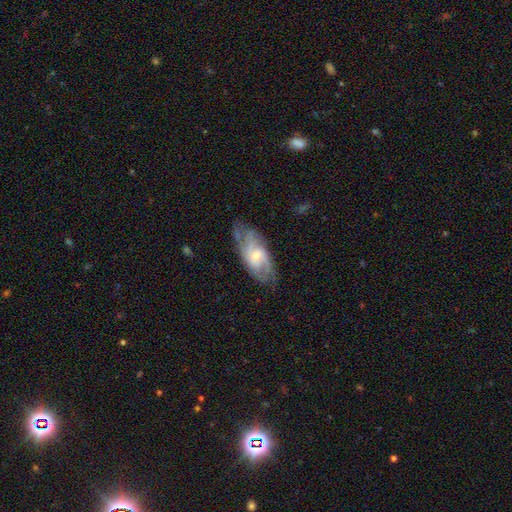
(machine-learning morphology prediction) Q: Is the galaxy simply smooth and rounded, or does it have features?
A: featured or disk — 74%.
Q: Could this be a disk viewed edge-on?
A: no — 92%.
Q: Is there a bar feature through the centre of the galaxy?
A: no — 61%.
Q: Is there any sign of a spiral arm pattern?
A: yes — 89%.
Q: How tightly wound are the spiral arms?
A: tight — 43%.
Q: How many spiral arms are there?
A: can't tell — 35%.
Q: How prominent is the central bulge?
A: small — 58%.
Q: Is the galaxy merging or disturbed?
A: none — 67%.